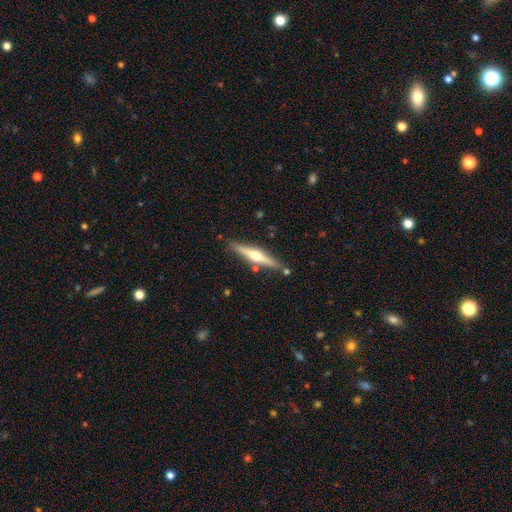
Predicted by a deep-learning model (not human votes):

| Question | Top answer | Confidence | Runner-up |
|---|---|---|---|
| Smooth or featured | featured or disk | 70% | smooth (25%) |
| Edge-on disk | yes | 97% | no (3%) |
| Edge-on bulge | rounded | 94% | none (3%) |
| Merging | none | 84% | minor disturbance (10%) |